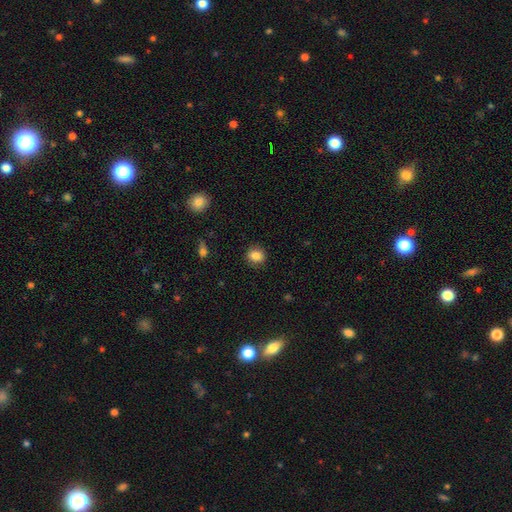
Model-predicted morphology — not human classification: Q: Smooth or featured?
A: smooth (85%); runner-up: star or artifact (10%)
Q: How rounded?
A: round (68%); runner-up: in between (31%)
Q: Merging?
A: none (87%); runner-up: minor disturbance (10%)